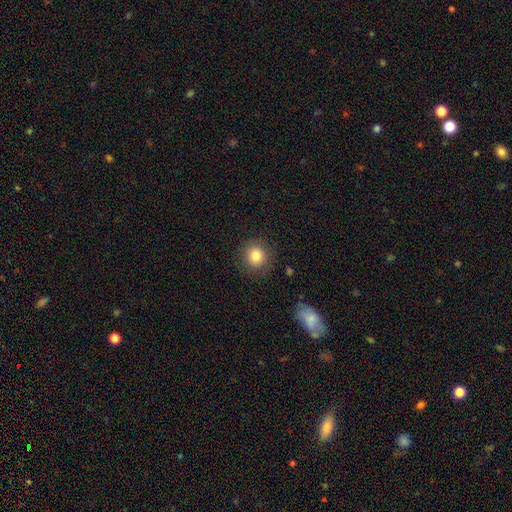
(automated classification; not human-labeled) smooth 82%, star or artifact 10%, featured or disk 8%. Down the decision tree: how rounded — round (90%); merging — none (87%).